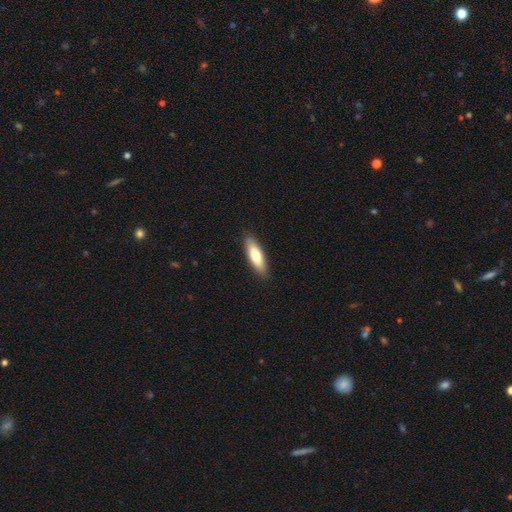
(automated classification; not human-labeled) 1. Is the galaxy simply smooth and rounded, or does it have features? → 76% smooth, 19% featured or disk, 5% star or artifact.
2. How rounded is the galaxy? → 54% cigar-shaped, 45% in between, 2% round.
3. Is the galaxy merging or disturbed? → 88% none, 9% minor disturbance, 2% major disturbance, 1% merger.